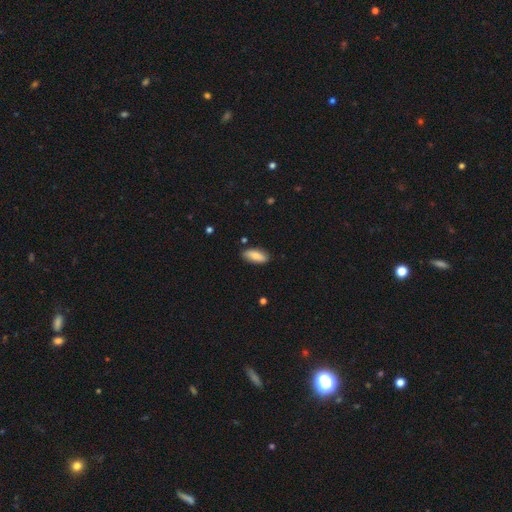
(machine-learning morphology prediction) The model was most divided on "how rounded": in between: 79%, cigar-shaped: 19%, round: 2%. More confident: merging — none (85%); smooth or featured — smooth (82%).